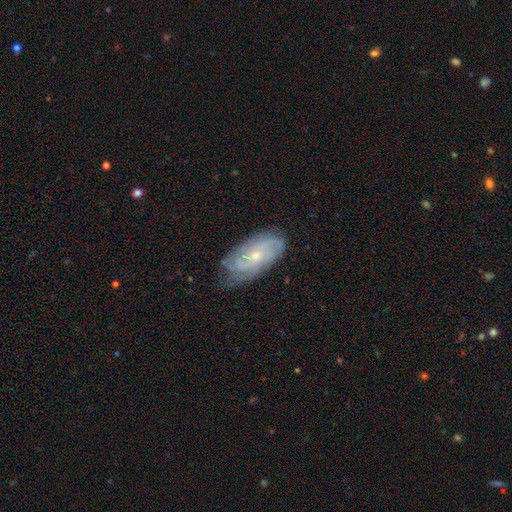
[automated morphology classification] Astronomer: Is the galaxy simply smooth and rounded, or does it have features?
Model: featured or disk — 73%.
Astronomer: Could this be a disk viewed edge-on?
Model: no — 93%.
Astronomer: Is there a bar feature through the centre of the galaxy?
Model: no — 75%.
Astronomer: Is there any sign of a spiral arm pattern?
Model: yes — 92%.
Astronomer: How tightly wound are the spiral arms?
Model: tight — 61%.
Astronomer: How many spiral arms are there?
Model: can't tell — 44%.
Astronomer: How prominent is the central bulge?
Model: small — 66%.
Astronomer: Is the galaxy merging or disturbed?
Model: none — 73%.